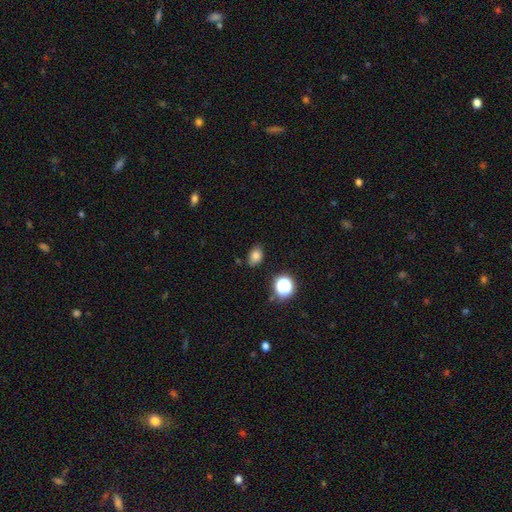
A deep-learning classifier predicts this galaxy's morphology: Smooth or featured? smooth (79%)
How rounded? in between (76%)
Merging? none (81%)